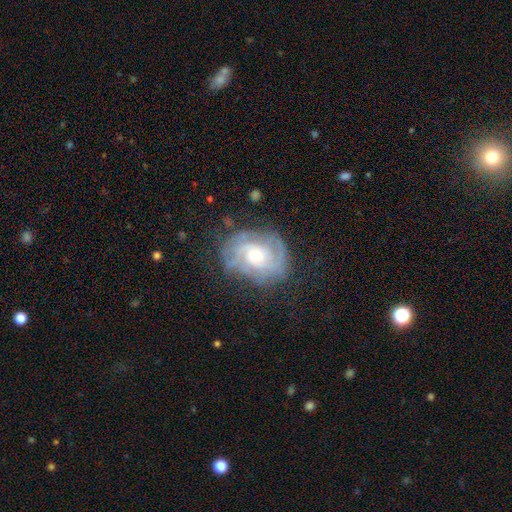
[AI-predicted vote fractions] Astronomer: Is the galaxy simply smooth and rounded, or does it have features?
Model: featured or disk — 83%.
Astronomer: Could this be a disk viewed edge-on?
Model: no — 97%.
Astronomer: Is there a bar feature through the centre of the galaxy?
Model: no — 74%.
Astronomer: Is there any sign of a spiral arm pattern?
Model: yes — 94%.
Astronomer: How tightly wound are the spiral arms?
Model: tight — 61%.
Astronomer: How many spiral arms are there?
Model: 2 — 34% (runner-up: can't tell, 30%).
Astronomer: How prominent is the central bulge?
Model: small — 53% (runner-up: moderate, 42%).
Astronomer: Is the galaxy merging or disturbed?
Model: none — 71%.